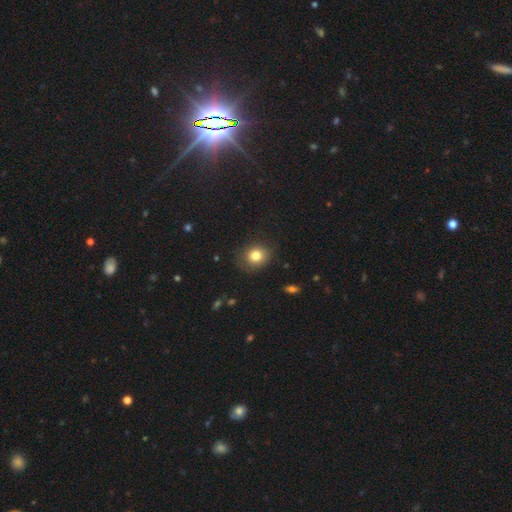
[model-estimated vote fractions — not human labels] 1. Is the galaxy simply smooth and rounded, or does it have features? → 81% smooth, 11% star or artifact, 8% featured or disk.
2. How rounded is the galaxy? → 72% round, 27% in between, 1% cigar-shaped.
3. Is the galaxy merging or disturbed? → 79% none, 15% minor disturbance, 4% major disturbance, 1% merger.